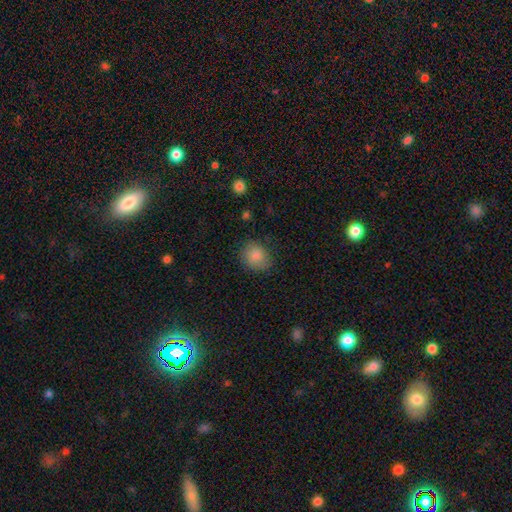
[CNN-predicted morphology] A smooth galaxy with no disk features (85%) that is round (68%). Merging: none (75%).